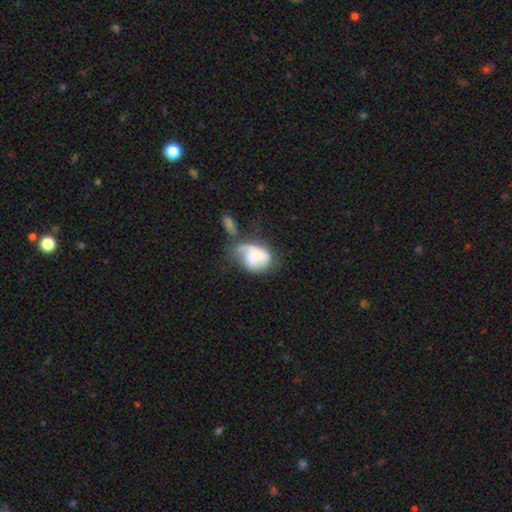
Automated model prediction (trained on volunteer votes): Overall: smooth (55%; featured or disk 37%). How rounded: in between (69%; round 30%). Merging: major disturbance (34%; merger 30%).